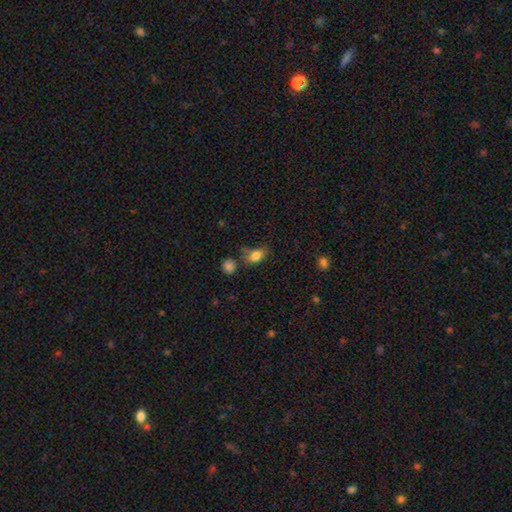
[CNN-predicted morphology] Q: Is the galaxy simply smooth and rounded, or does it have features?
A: smooth — 82%.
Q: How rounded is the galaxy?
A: in between — 82%.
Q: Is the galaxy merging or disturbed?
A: none — 61%.